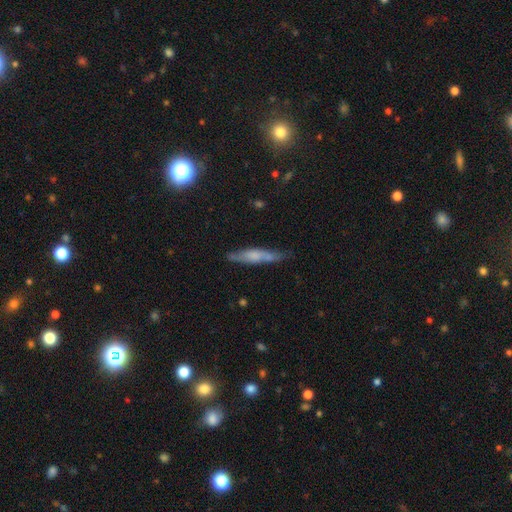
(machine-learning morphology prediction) type=smooth (48%); merging=none (71%).